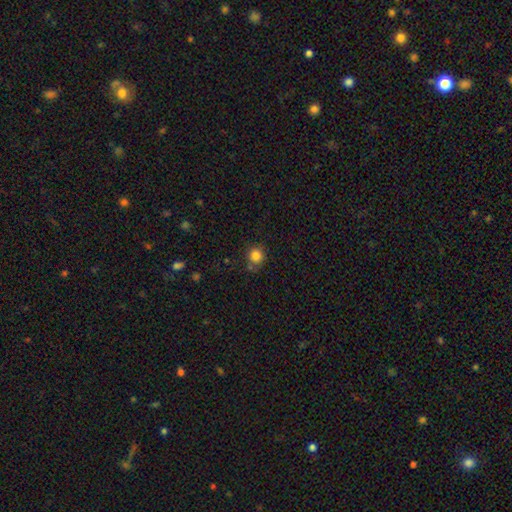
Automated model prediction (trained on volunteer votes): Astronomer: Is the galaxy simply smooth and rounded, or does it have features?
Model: smooth — 84%.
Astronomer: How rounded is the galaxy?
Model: round — 90%.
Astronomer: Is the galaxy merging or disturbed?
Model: none — 75%.